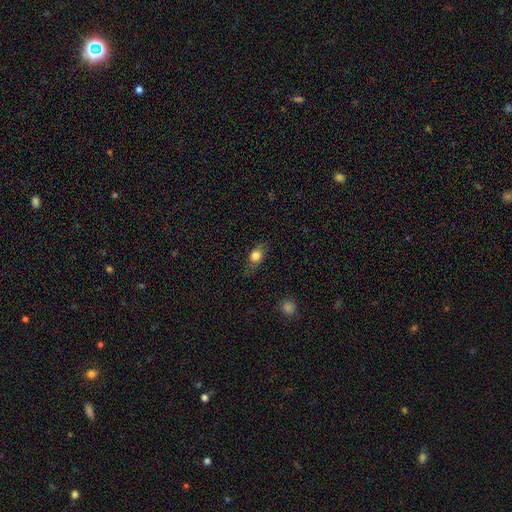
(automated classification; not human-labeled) This appears to be a smooth galaxy with no disk features (73%) that is in between round and cigar-shaped (66%). Merging: none (76%).